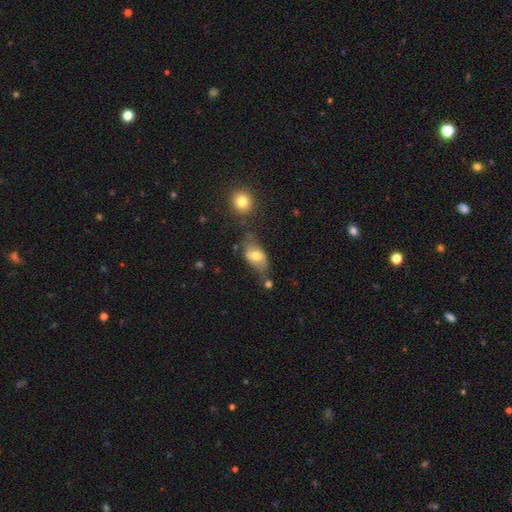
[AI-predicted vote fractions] Smooth or featured: smooth — 61% (featured or disk — 31%)
How rounded: in between — 88% (round — 8%)
Merging: none — 51% (minor disturbance — 27%)